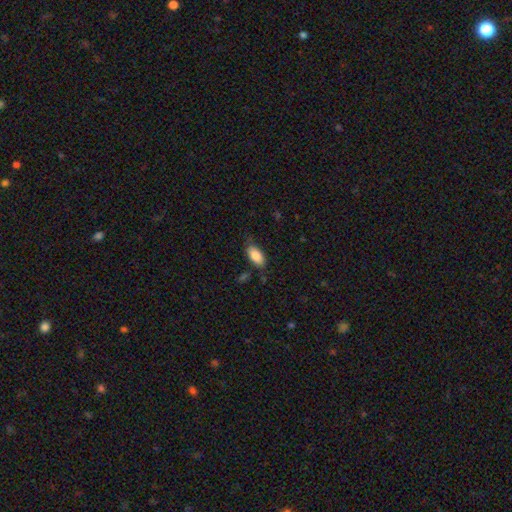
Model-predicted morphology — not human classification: smooth-or-featured: smooth: 87% | star or artifact: 7% | featured or disk: 6%
  how-rounded: in between: 92% | cigar-shaped: 6% | round: 3%
  merging: none: 72% | minor disturbance: 21% | major disturbance: 5% | merger: 2%